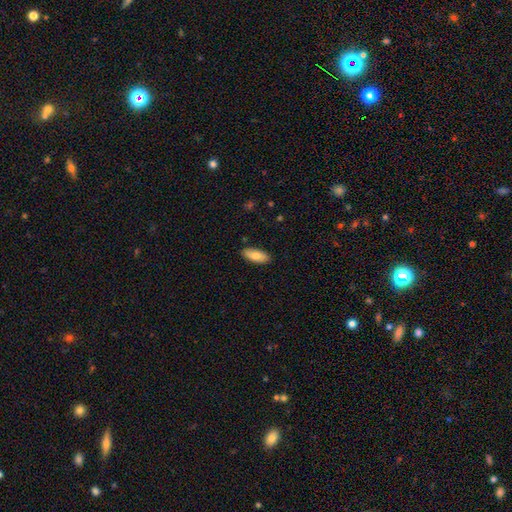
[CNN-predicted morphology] Smooth or featured? Predicted: smooth (p=0.81). How rounded? Predicted: in between (p=0.81). Merging? Predicted: none (p=0.87).